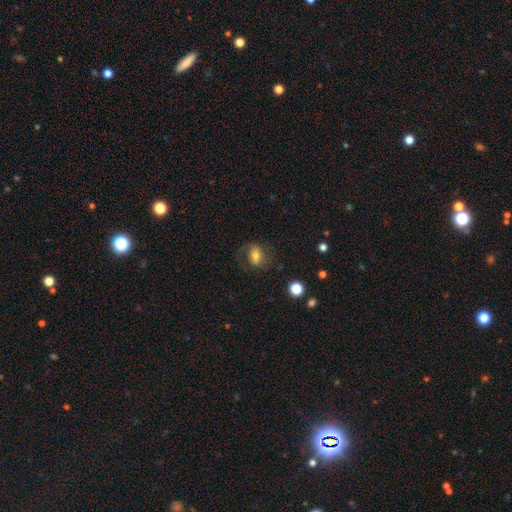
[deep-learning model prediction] A smooth galaxy with no disk features (62%) that is in between round and cigar-shaped (66%). Merging: none (61%).